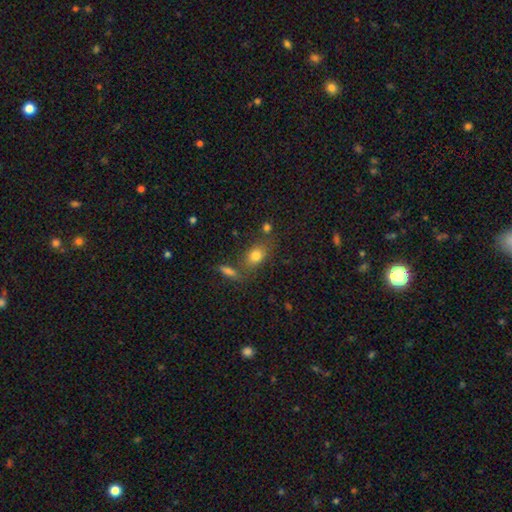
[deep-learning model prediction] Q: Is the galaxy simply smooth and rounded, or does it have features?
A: smooth — 77%.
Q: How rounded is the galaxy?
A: in between — 70%.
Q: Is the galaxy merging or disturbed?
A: none — 64%.